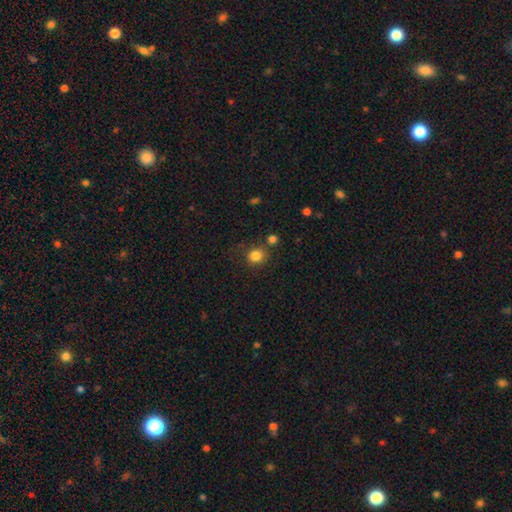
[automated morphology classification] A smooth galaxy with no disk features (84%) that is round (83%).

Vote fractions:
- Smooth or featured? smooth: 84% / star or artifact: 11% / featured or disk: 5%
- How rounded? round: 83% / in between: 16% / cigar-shaped: 1%
- Merging? none: 72% / minor disturbance: 13% / merger: 10% / major disturbance: 5%